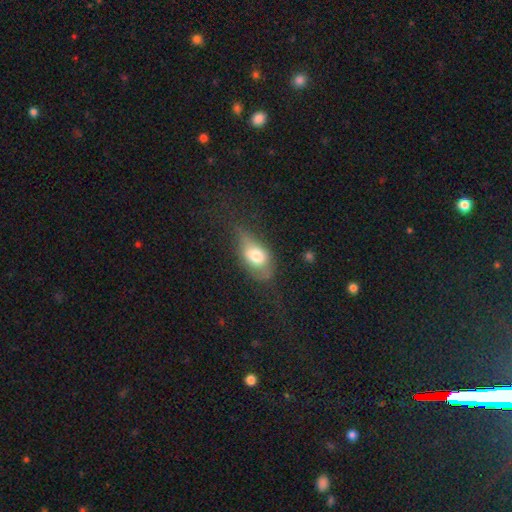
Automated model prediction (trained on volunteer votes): A smooth galaxy with no disk features (70%) that is in between round and cigar-shaped (86%). Merging: none (37%).